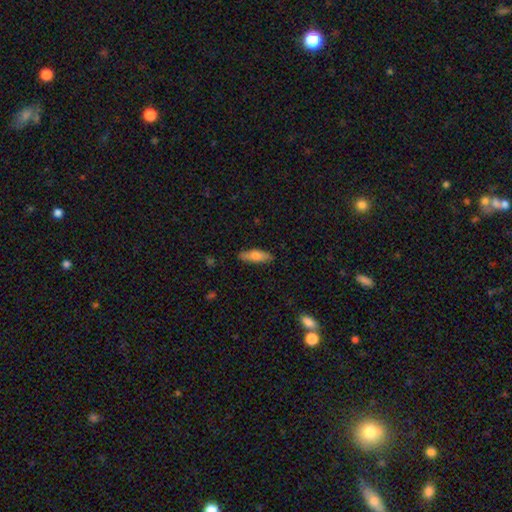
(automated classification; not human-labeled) smooth-or-featured: smooth: 69% | featured or disk: 25% | star or artifact: 6%
  how-rounded: cigar-shaped: 50% | in between: 47% | round: 2%
  merging: none: 85% | minor disturbance: 11% | major disturbance: 2% | merger: 1%